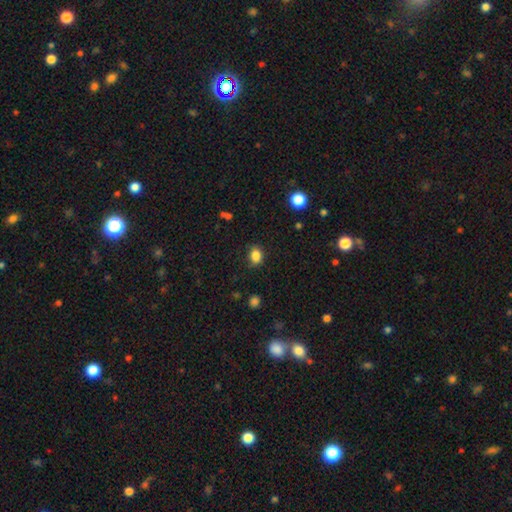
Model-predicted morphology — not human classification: Smooth or featured? Predicted: smooth (p=0.85). How rounded? Predicted: in between (p=0.62). Merging? Predicted: none (p=0.80).